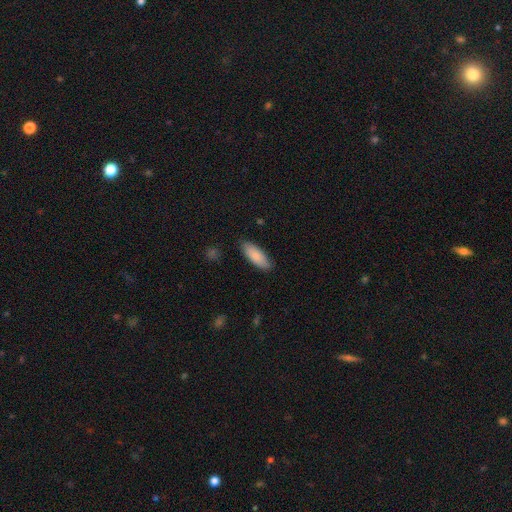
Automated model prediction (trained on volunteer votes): A smooth galaxy with no disk features (84%) that is in between round and cigar-shaped (74%). Merging: none (85%).